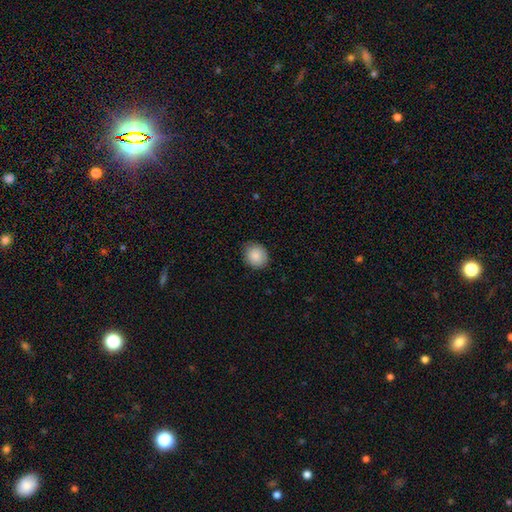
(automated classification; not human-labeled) Morphology: type=smooth (88%); roundness=round (72%); merging=none (83%).